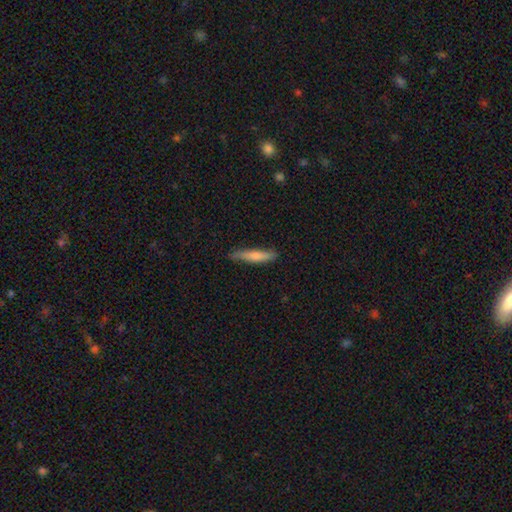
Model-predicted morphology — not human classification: Overall: smooth (73%). How rounded: cigar-shaped (88%). Merging: none (81%).